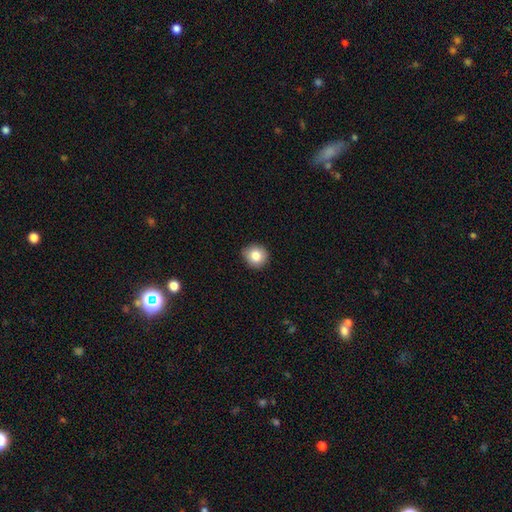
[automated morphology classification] Overall: smooth (83%). How rounded: round (89%). Merging: none (87%).